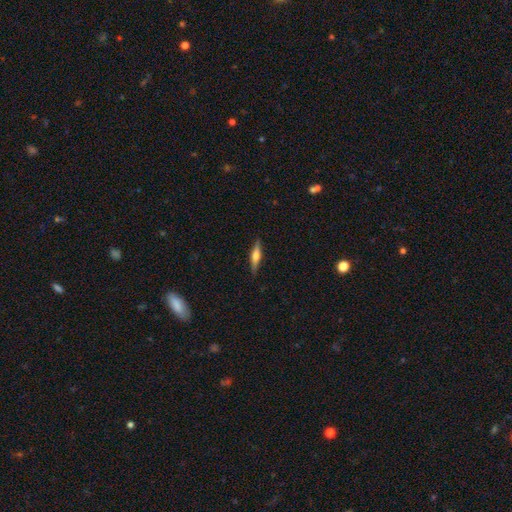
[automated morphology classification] smooth_or_featured: featured or disk (p=0.53) [alt: smooth p=0.41]
disk_edge_on: yes (p=0.95) [alt: no p=0.05]
edge_on_bulge: rounded (p=0.82) [alt: boxy p=0.12]
merging: none (p=0.88) [alt: minor disturbance p=0.09]